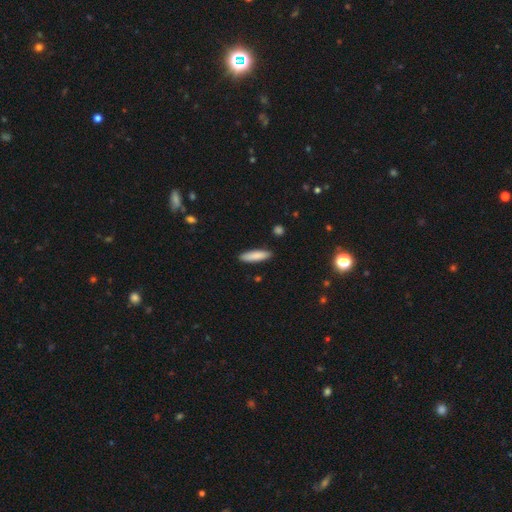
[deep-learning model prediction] smooth_or_featured: smooth (p=0.86) [alt: featured or disk p=0.09]
how_rounded: cigar-shaped (p=0.69) [alt: in between p=0.30]
merging: none (p=0.87) [alt: minor disturbance p=0.09]